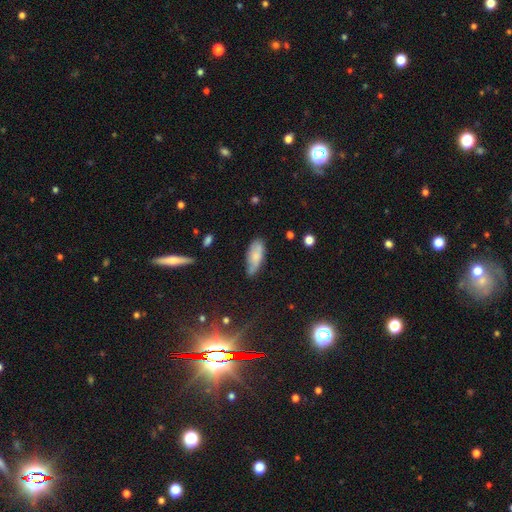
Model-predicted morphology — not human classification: smooth_or_featured: smooth (p=0.69) [alt: featured or disk p=0.23]
how_rounded: in between (p=0.79) [alt: cigar-shaped p=0.19]
merging: none (p=0.66) [alt: minor disturbance p=0.26]